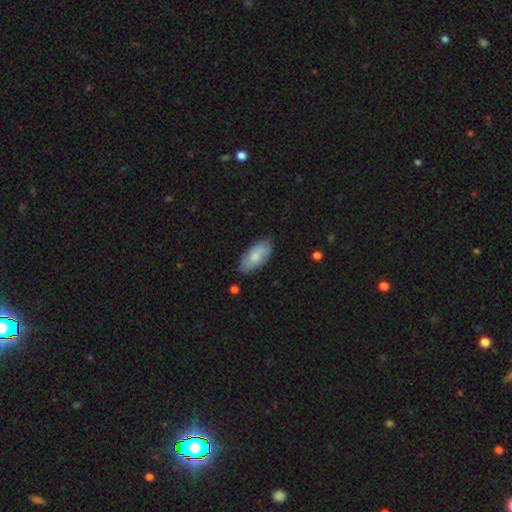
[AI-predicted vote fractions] Smooth or featured? smooth (67%)
How rounded? in between (91%)
Merging? none (78%)